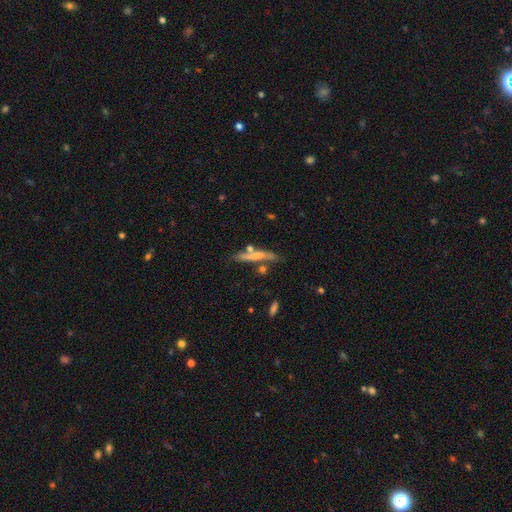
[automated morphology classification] Smooth or featured: smooth — 55% (featured or disk — 38%)
How rounded: cigar-shaped — 90% (in between — 8%)
Merging: none — 65% (minor disturbance — 18%)